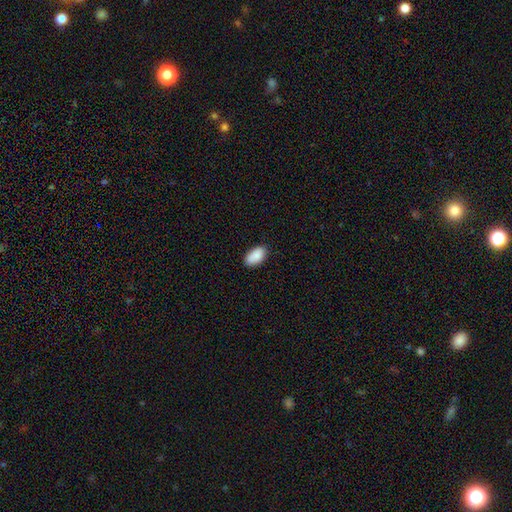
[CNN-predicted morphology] Smooth or featured: smooth — 87% (star or artifact — 7%)
How rounded: in between — 94% (round — 3%)
Merging: none — 82% (minor disturbance — 14%)